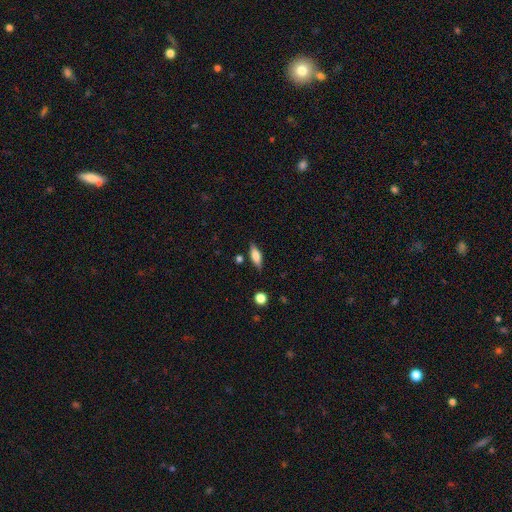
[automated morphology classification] The model was most divided on "how rounded": in between: 63%, cigar-shaped: 34%, round: 3%. More confident: merging — none (82%); smooth or featured — smooth (64%).